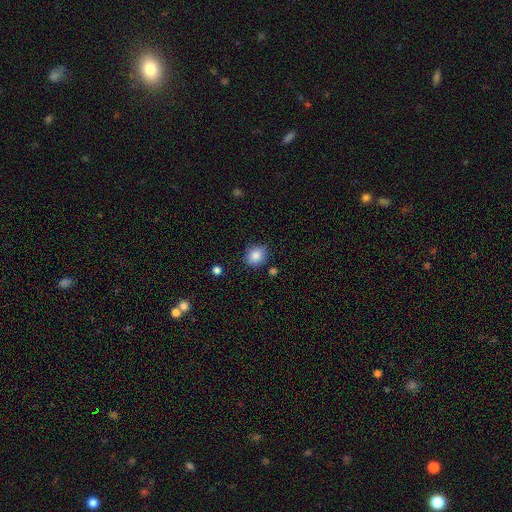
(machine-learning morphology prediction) smooth-or-featured: smooth: 86% | star or artifact: 9% | featured or disk: 5%
  how-rounded: round: 70% | in between: 29% | cigar-shaped: 1%
  merging: none: 79% | minor disturbance: 15% | major disturbance: 3% | merger: 3%